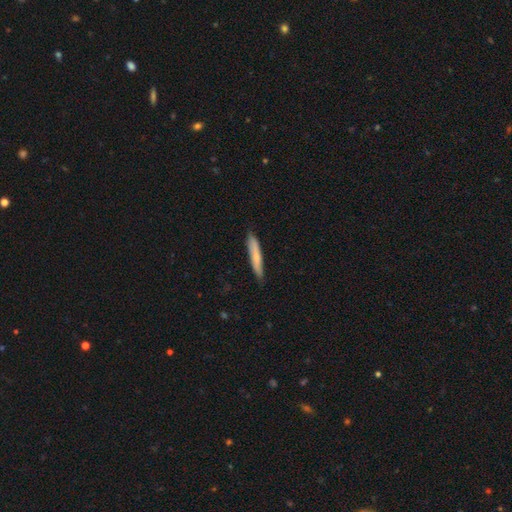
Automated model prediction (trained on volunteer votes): Morphology: type=smooth (68%); roundness=cigar-shaped (93%); merging=none (85%).